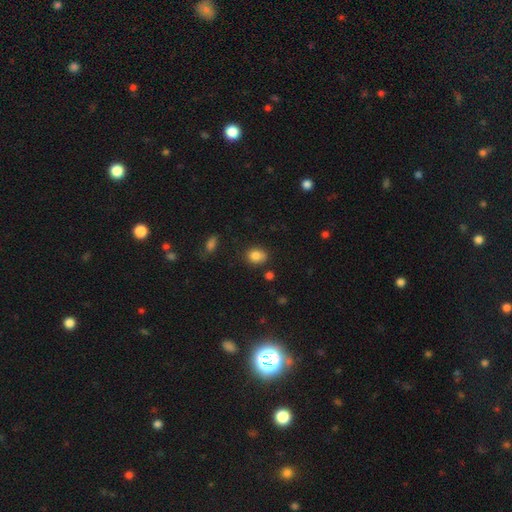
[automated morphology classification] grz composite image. It shows a smooth galaxy with no disk features (84%) that is in between round and cigar-shaped (53%). Merging: none (71%).